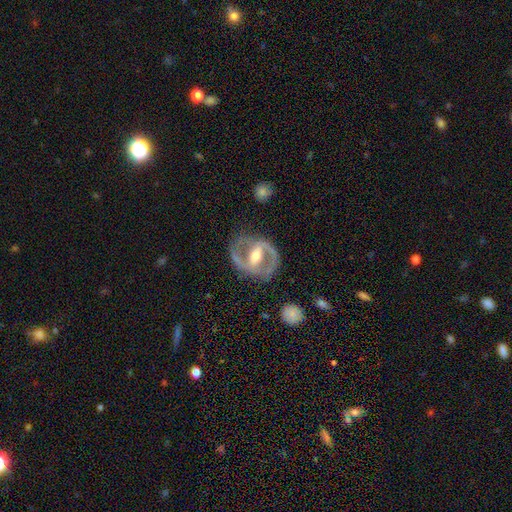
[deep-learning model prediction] Smooth or featured? featured or disk (86%)
Edge-on disk? no (95%)
Bar? strong (60%)
Spiral arms? yes (82%)
Spiral winding? medium (55%)
Spiral arm count? 2 (89%)
Bulge size? moderate (70%)
Merging? none (77%)